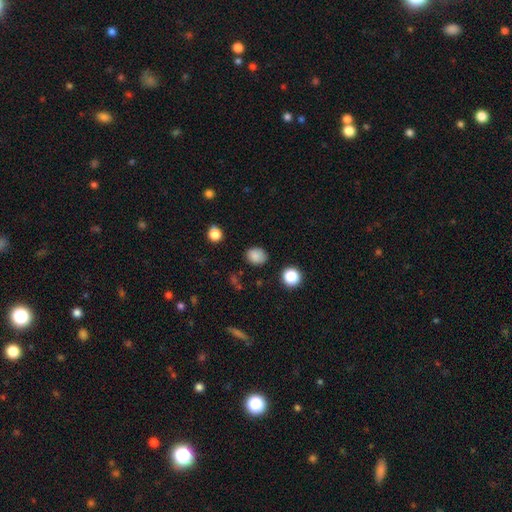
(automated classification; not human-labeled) Smooth or featured?
  - smooth: 83% *
  - star or artifact: 12%
  - featured or disk: 5%
How rounded?
  - round: 53% *
  - in between: 46%
  - cigar-shaped: 1%
Merging?
  - none: 80% *
  - minor disturbance: 15%
  - major disturbance: 3%
  - merger: 2%